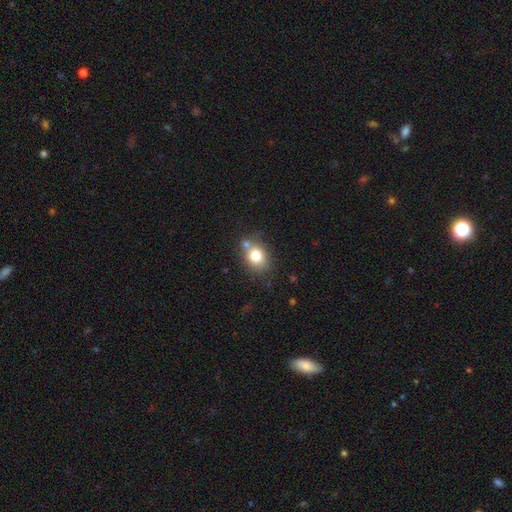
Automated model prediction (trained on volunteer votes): smooth-or-featured: smooth: 78% | featured or disk: 12% | star or artifact: 11%
  how-rounded: round: 53% | in between: 46% | cigar-shaped: 1%
  merging: none: 66% | merger: 15% | minor disturbance: 15% | major disturbance: 4%